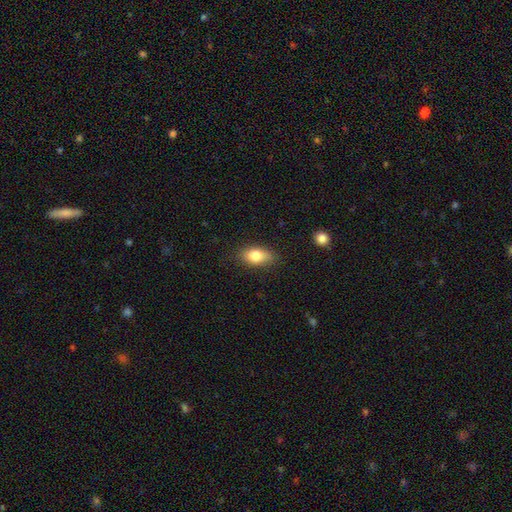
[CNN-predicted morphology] A smooth galaxy with no disk features (81%) that is in between round and cigar-shaped (87%).

Vote fractions:
- Smooth or featured? smooth: 81% / featured or disk: 11% / star or artifact: 8%
- How rounded? in between: 87% / round: 9% / cigar-shaped: 4%
- Merging? none: 83% / minor disturbance: 13% / major disturbance: 3% / merger: 1%